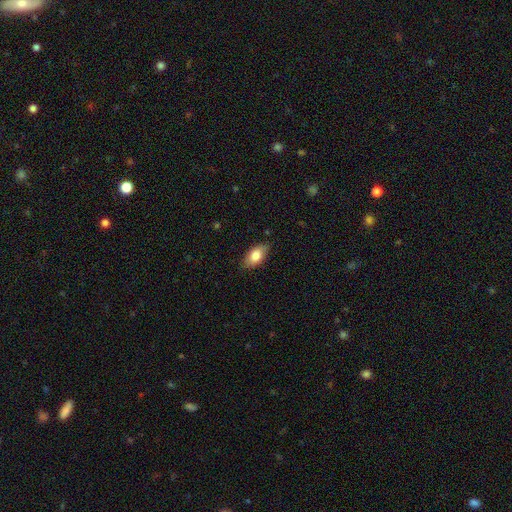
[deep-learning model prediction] This appears to be a smooth galaxy with no disk features (81%) that is in between round and cigar-shaped (91%). Merging: none (84%).